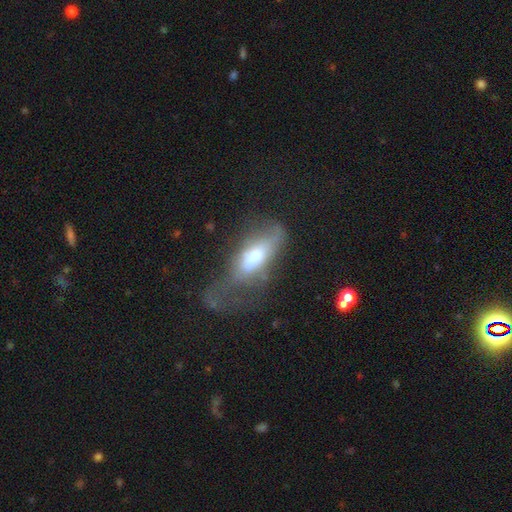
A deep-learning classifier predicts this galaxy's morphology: This appears to be a smooth galaxy with no disk features (48%). Merging: major disturbance (45%).